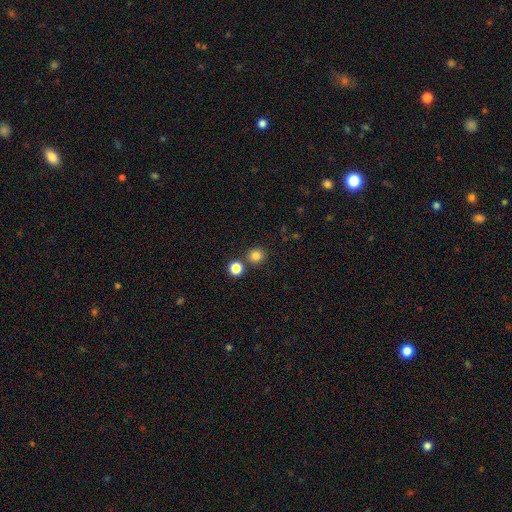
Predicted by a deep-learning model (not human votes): Morphology: type=smooth (83%); roundness=round (91%); merging=none (77%).